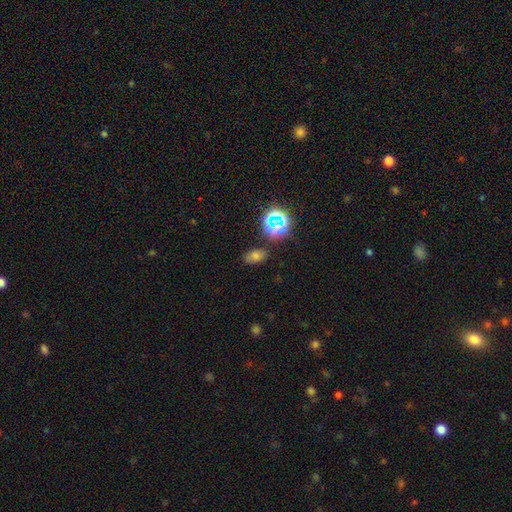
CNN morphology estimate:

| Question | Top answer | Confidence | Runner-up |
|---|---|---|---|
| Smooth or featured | smooth | 55% | star or artifact (34%) |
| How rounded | in between | 79% | round (18%) |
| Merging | none | 81% | minor disturbance (12%) |